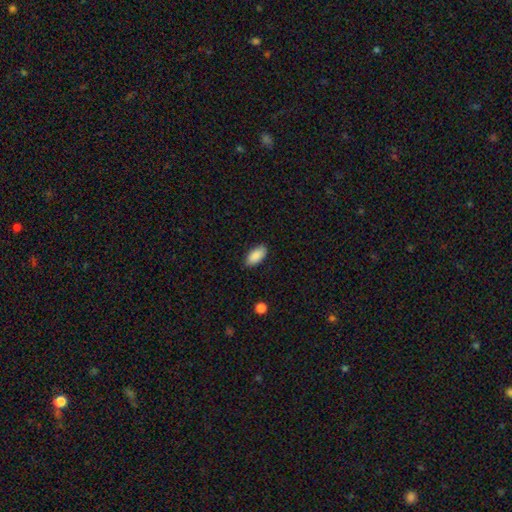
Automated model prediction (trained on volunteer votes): Morphology: type=smooth (89%); roundness=in between (93%); merging=none (85%).